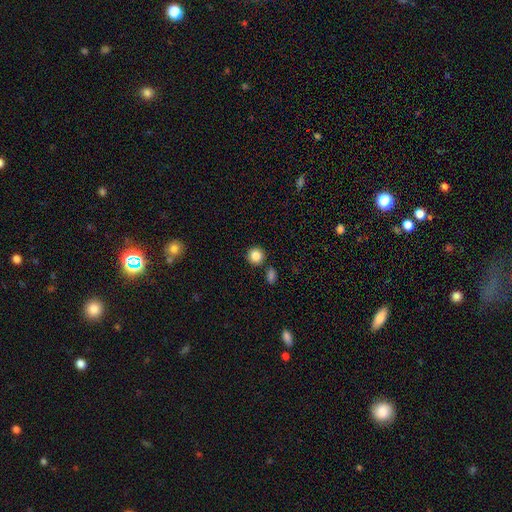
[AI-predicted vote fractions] smooth_or_featured: smooth (p=0.85) [alt: star or artifact p=0.10]
how_rounded: round (p=0.93) [alt: in between p=0.06]
merging: none (p=0.85) [alt: minor disturbance p=0.07]